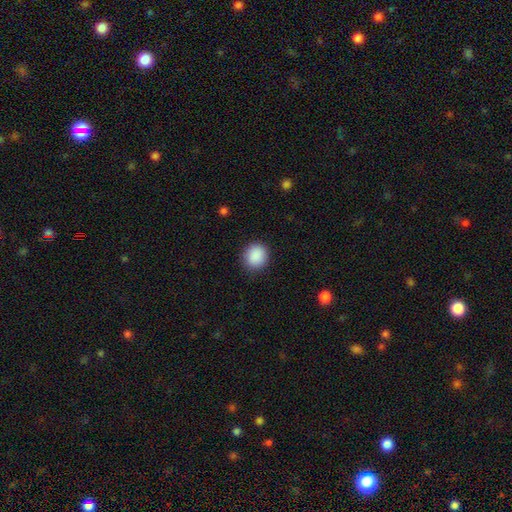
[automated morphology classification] This appears to be a smooth galaxy with no disk features (90%) that is round (85%). Merging: none (90%).